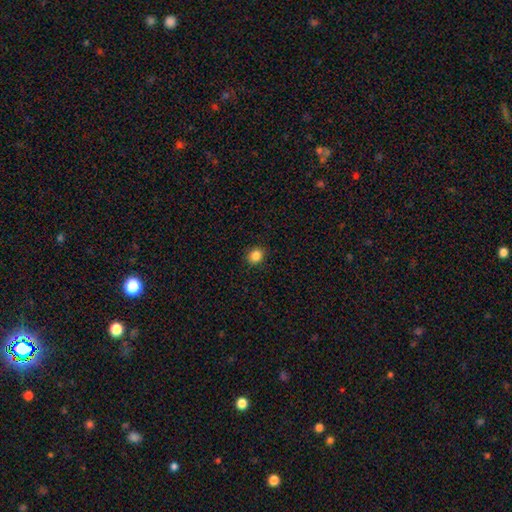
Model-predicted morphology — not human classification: Smooth or featured? Predicted: smooth (p=0.86). How rounded? Predicted: round (p=0.71). Merging? Predicted: none (p=0.90).